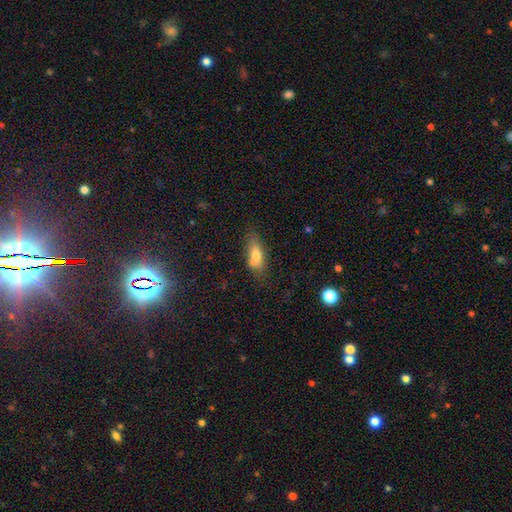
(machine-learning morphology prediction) smooth 70%, featured or disk 21%, star or artifact 9%. Down the decision tree: how rounded — in between (73%); merging — none (53%).